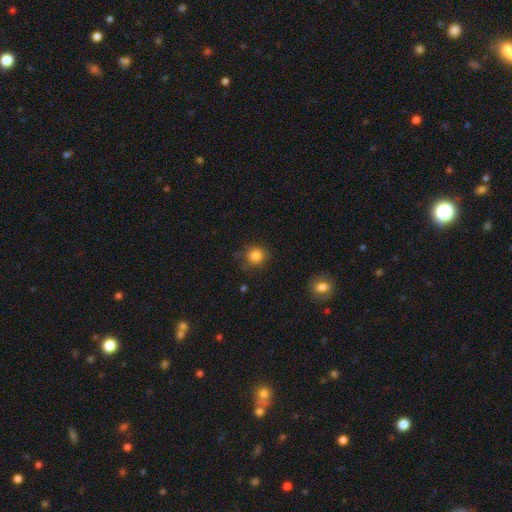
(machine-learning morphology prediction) Overall: smooth (84%). How rounded: round (87%). Merging: none (76%).